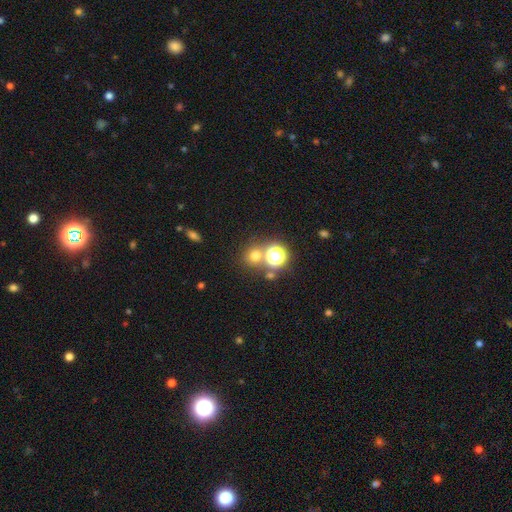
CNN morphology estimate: A smooth galaxy with no disk features (64%) that is round (89%).

Vote fractions:
- Smooth or featured? smooth: 64% / star or artifact: 28% / featured or disk: 8%
- How rounded? round: 89% / in between: 10% / cigar-shaped: 1%
- Merging? none: 70% / merger: 19% / minor disturbance: 7% / major disturbance: 4%